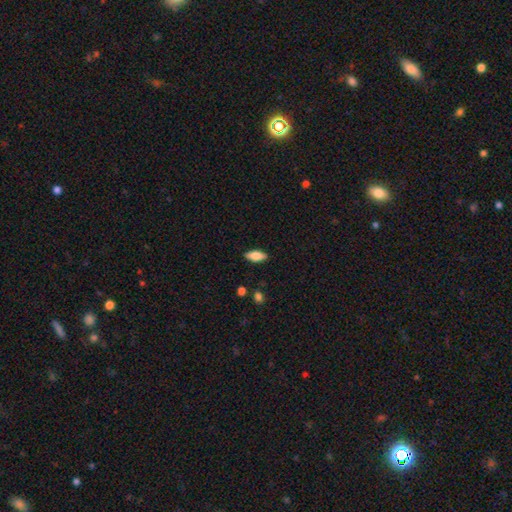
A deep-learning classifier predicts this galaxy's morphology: Smooth or featured?
  - smooth: 73% *
  - featured or disk: 20%
  - star or artifact: 7%
How rounded?
  - in between: 80% *
  - cigar-shaped: 17%
  - round: 2%
Merging?
  - none: 88% *
  - minor disturbance: 9%
  - major disturbance: 2%
  - merger: 1%